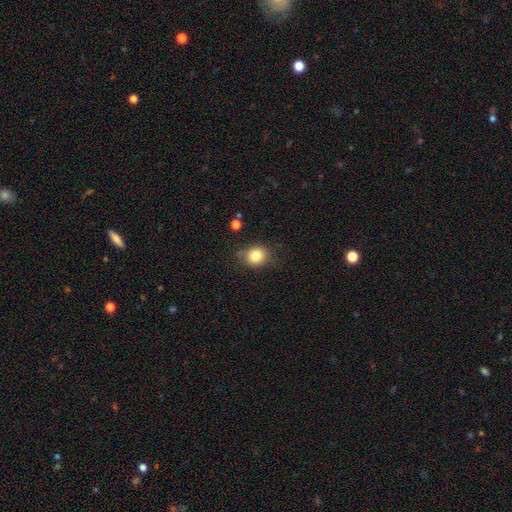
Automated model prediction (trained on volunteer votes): This appears to be a smooth galaxy with no disk features (82%) that is round (71%). Merging: none (78%).